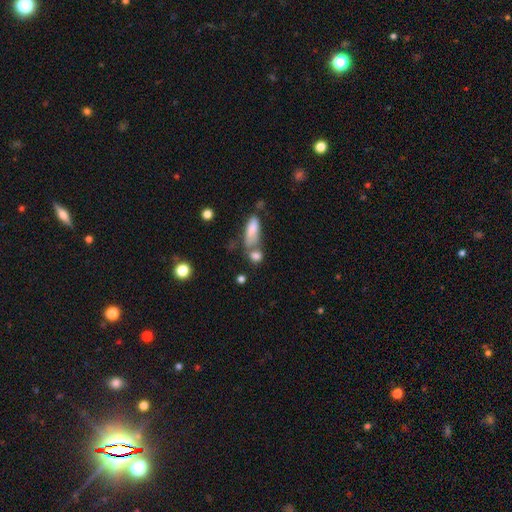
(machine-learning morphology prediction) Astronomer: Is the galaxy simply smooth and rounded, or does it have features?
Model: smooth — 79%.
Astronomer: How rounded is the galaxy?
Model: in between — 52% (runner-up: round, 35%).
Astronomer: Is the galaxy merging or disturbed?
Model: none — 44% (runner-up: merger, 36%).